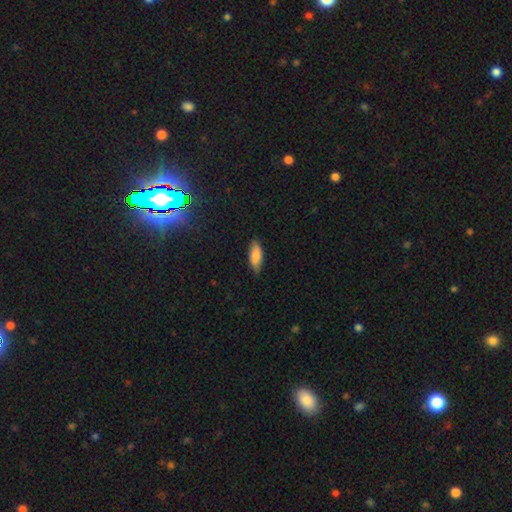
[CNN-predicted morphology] This appears to be a smooth galaxy with no disk features (81%) that is in between round and cigar-shaped (72%). Merging: none (81%).